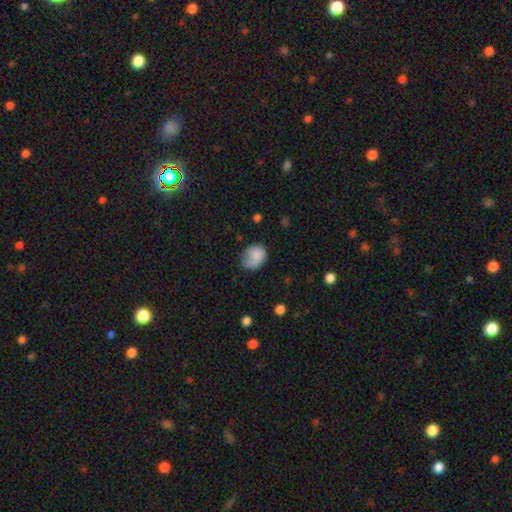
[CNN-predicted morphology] The model was most divided on "how rounded": round: 50%, in between: 49%, cigar-shaped: 1%. Remaining: smooth or featured — smooth (77%); merging — none (46%).